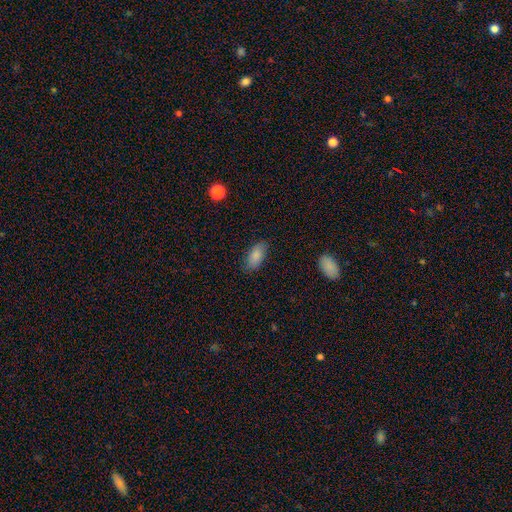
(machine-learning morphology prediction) Overall: smooth (86%). How rounded: in between (91%). Merging: none (84%).